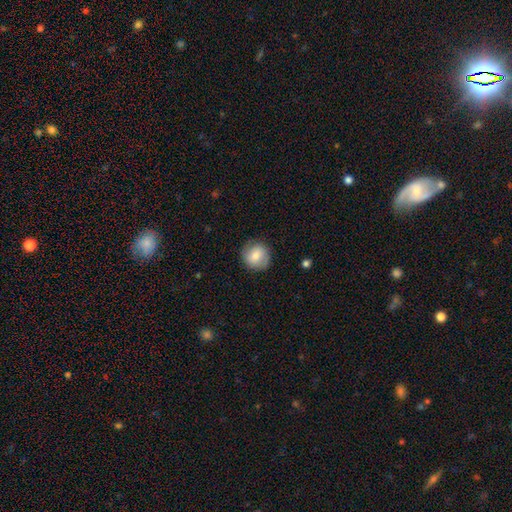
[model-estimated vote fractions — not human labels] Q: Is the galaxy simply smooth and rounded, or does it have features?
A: smooth — 74%.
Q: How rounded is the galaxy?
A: round — 90%.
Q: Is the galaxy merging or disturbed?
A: none — 83%.